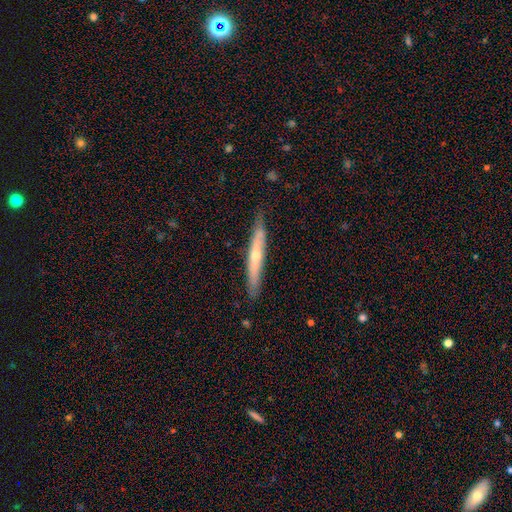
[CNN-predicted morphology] Smooth or featured? Predicted: featured or disk (p=0.57). Edge-on disk? Predicted: yes (p=0.89). Edge-on bulge? Predicted: rounded (p=0.72). Merging? Predicted: none (p=0.83).